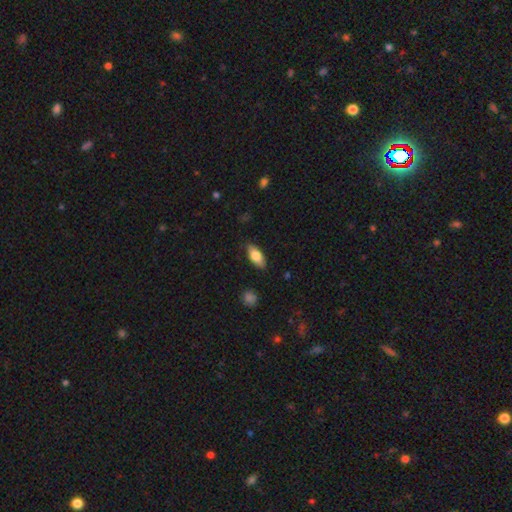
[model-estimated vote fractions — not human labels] Smooth or featured? Predicted: smooth (p=0.76). How rounded? Predicted: in between (p=0.84). Merging? Predicted: none (p=0.85).